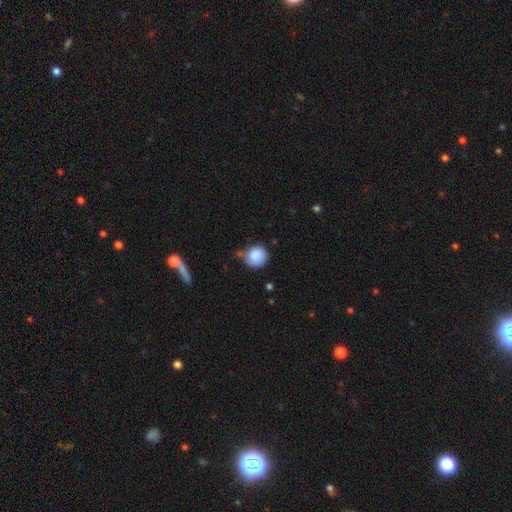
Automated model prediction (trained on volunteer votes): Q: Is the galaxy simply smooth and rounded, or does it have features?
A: smooth — 87%.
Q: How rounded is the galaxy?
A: round — 90%.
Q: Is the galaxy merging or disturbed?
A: none — 67%.